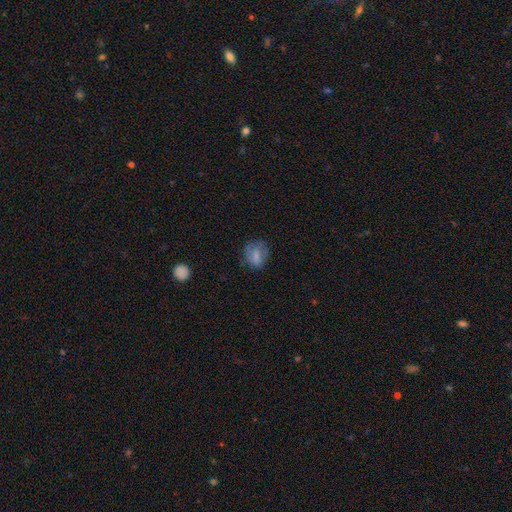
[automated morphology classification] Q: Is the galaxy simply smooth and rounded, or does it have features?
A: smooth — 69%.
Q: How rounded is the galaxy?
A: round — 50%.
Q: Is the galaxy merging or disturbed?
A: none — 61%.